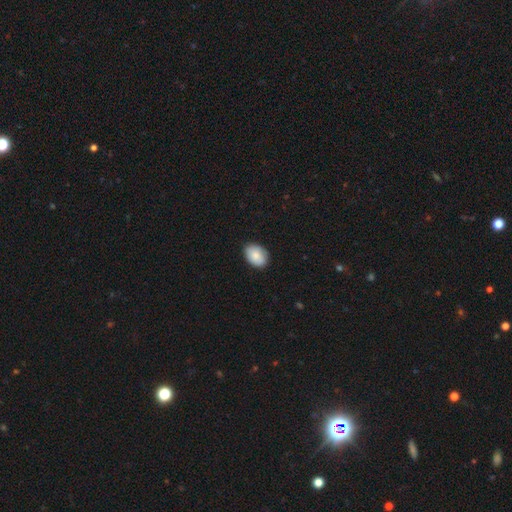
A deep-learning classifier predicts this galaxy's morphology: Smooth or featured: smooth — 86% (featured or disk — 7%)
How rounded: in between — 81% (round — 18%)
Merging: none — 84% (minor disturbance — 13%)